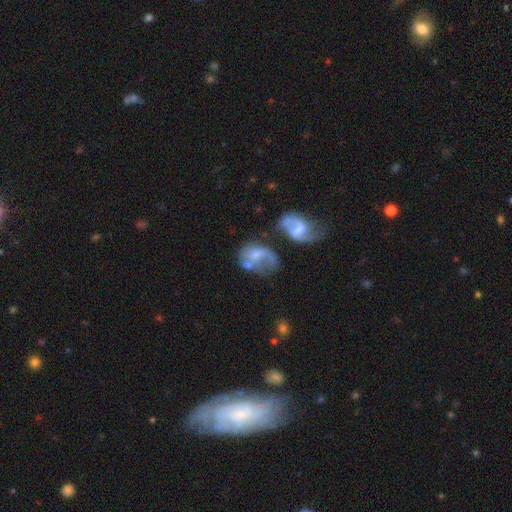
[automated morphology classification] Overall: featured or disk (52%; smooth 38%). Edge-on disk: no (97%). Bar: no (68%). Spiral arms: yes (54%; no 46%). Bulge size: moderate (35%; small 33%). Merging: merger (35%; major disturbance 26%).